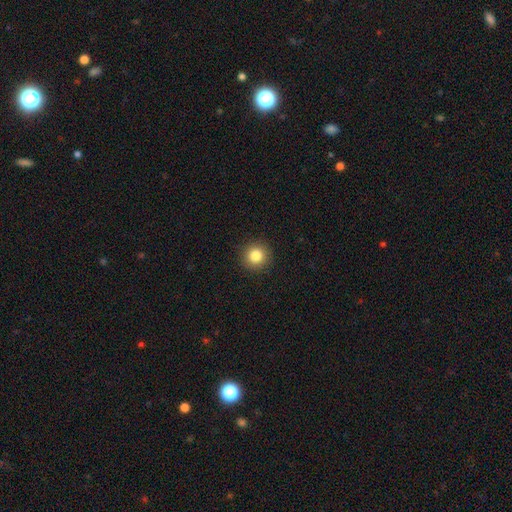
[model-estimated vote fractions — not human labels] Overall: smooth (84%). How rounded: round (94%). Merging: none (92%).